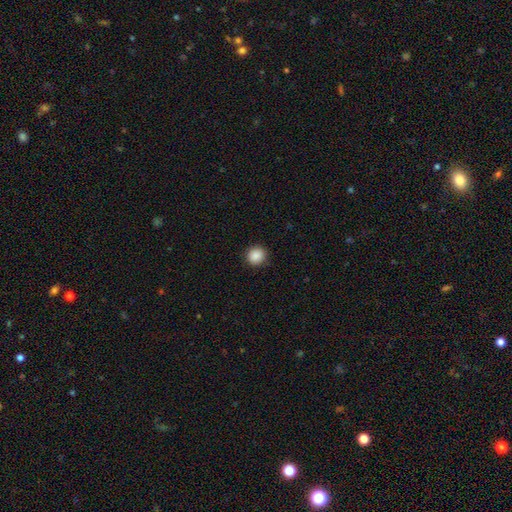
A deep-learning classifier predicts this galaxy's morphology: The model was most divided on "smooth or featured": smooth: 89%, star or artifact: 9%, featured or disk: 2%. More confident: how rounded — round (91%); merging — none (91%).